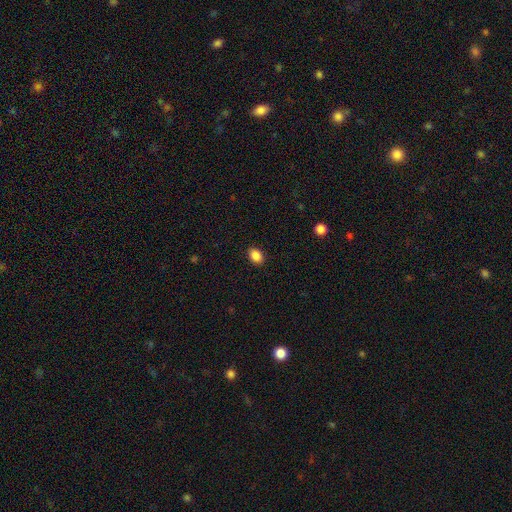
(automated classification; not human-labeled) smooth_or_featured: smooth (p=0.88) [alt: star or artifact p=0.09]
how_rounded: in between (p=0.72) [alt: round p=0.27]
merging: none (p=0.90) [alt: minor disturbance p=0.07]